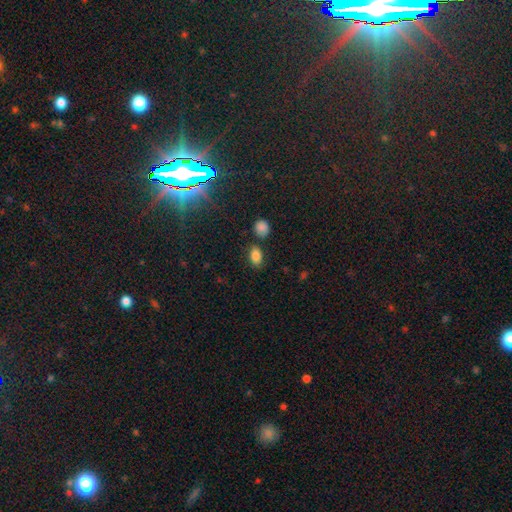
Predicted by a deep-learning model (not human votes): Overall: smooth (84%). How rounded: in between (84%). Merging: none (74%).